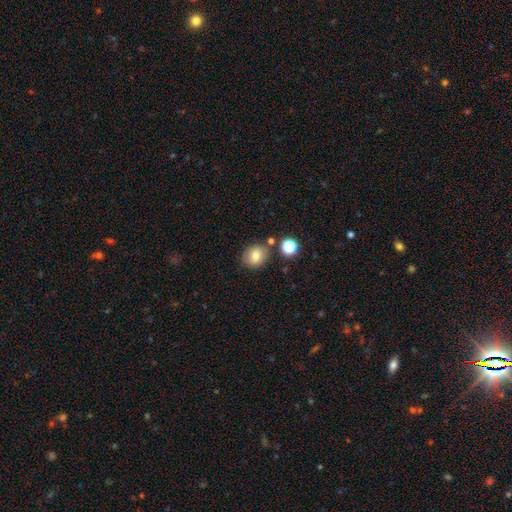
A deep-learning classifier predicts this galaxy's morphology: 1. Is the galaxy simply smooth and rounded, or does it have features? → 78% smooth, 12% star or artifact, 10% featured or disk.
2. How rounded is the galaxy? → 72% round, 27% in between, 1% cigar-shaped.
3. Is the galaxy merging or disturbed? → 78% none, 11% minor disturbance, 8% merger, 3% major disturbance.